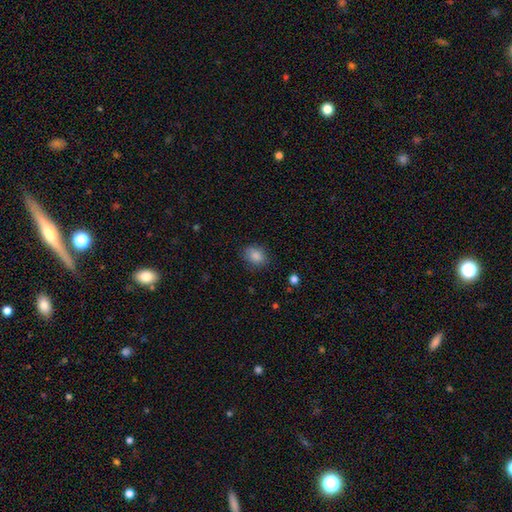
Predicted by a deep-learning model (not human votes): smooth_or_featured: smooth (p=0.86) [alt: star or artifact p=0.08]
how_rounded: in between (p=0.68) [alt: round p=0.31]
merging: none (p=0.79) [alt: minor disturbance p=0.16]